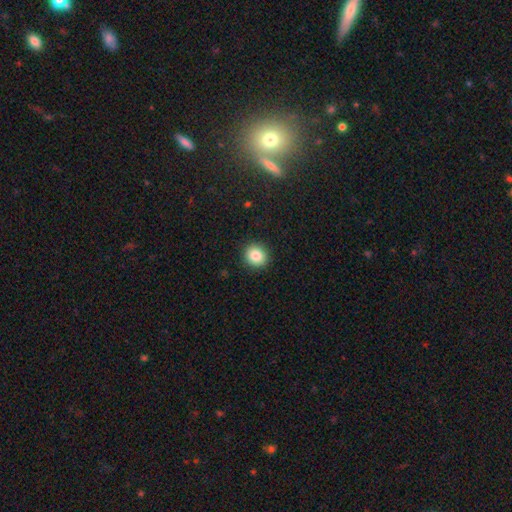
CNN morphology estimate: smooth_or_featured: smooth (p=0.85) [alt: star or artifact p=0.10]
how_rounded: round (p=0.82) [alt: in between p=0.17]
merging: none (p=0.91) [alt: minor disturbance p=0.06]